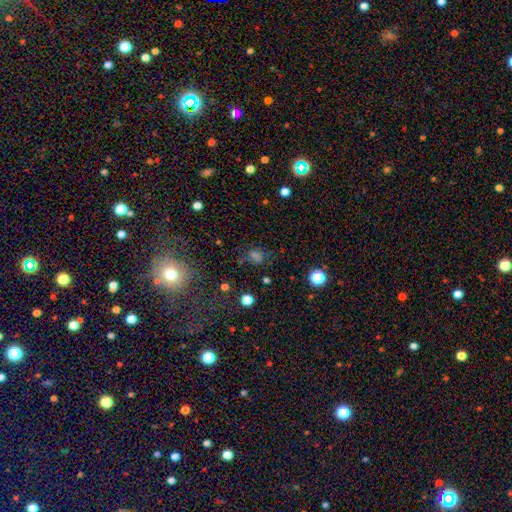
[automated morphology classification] Smooth or featured? smooth (49%)
Merging? none (61%)